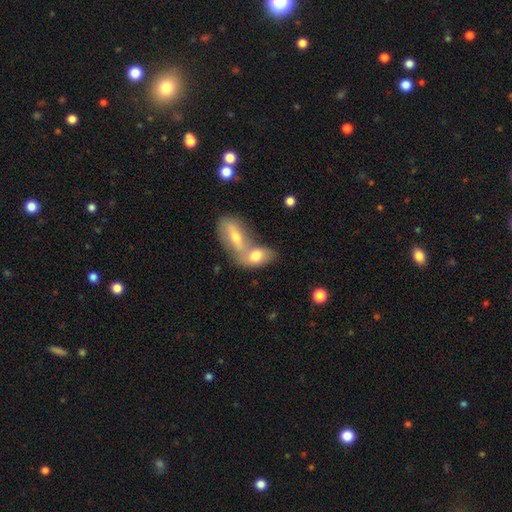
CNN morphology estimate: smooth-or-featured: smooth: 73% | featured or disk: 21% | star or artifact: 6%
  how-rounded: in between: 86% | round: 8% | cigar-shaped: 6%
  merging: merger: 65% | none: 25% | minor disturbance: 7% | major disturbance: 3%